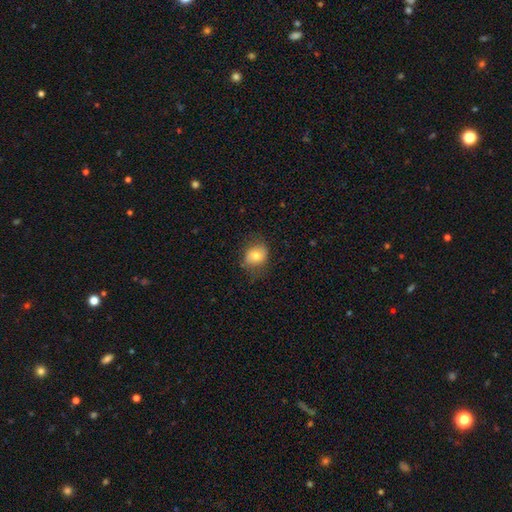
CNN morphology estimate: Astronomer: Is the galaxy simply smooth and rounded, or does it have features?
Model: smooth — 75%.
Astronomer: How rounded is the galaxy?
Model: round — 54% (runner-up: in between, 45%).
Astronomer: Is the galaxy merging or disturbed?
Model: none — 69%.